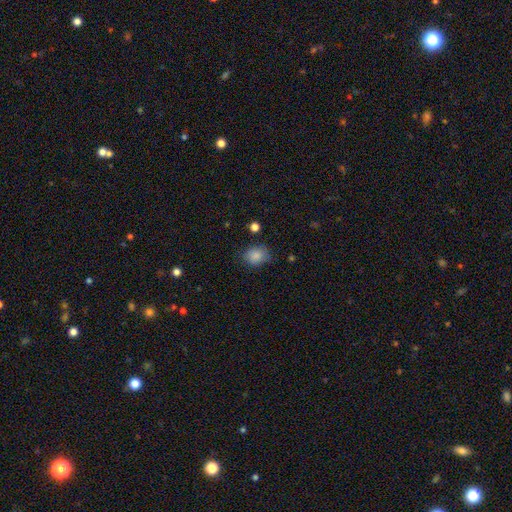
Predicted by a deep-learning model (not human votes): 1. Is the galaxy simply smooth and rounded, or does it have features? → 85% smooth, 10% star or artifact, 5% featured or disk.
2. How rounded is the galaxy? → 55% round, 44% in between, 1% cigar-shaped.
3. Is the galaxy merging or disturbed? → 72% none, 21% minor disturbance, 5% major disturbance, 2% merger.